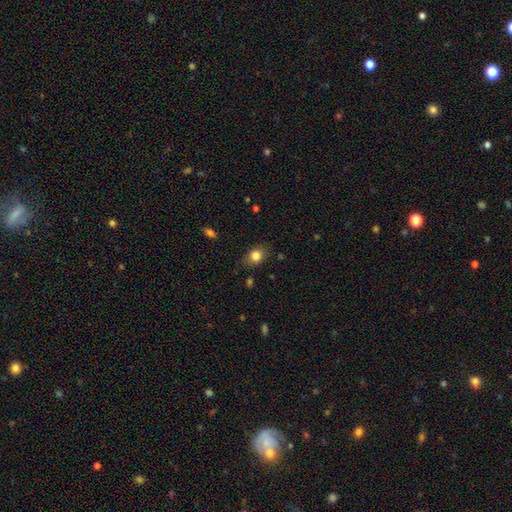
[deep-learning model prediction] This is clearly a smooth galaxy (83%). How rounded: possibly in between (54%). Merging: likely none (78%).